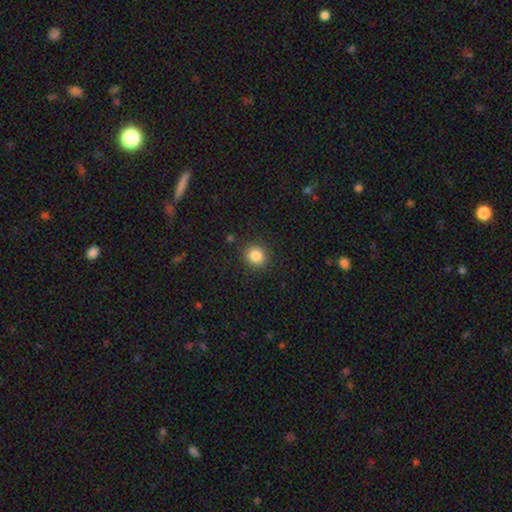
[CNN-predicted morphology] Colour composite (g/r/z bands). It shows a smooth galaxy with no disk features (85%) that is round (85%). Merging: none (89%).